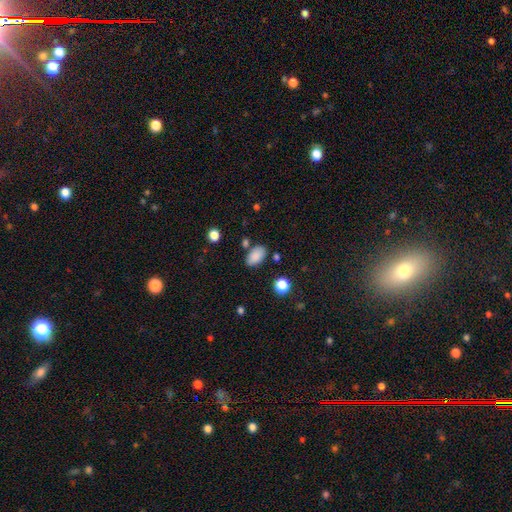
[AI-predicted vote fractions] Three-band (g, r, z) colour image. It shows a smooth galaxy with no disk features (86%) that is in between round and cigar-shaped (92%). Merging: none (76%).